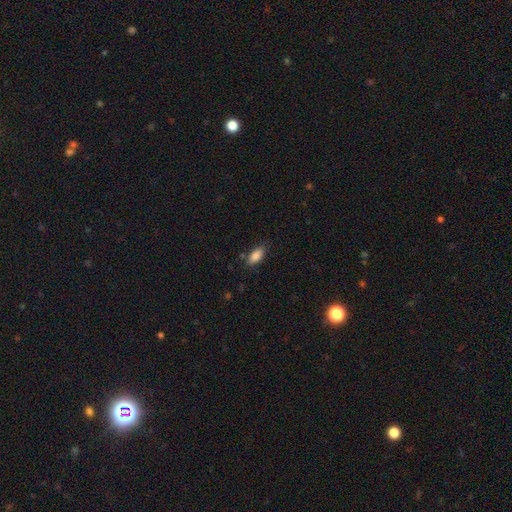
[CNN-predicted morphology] This appears to be a smooth galaxy with no disk features (87%) that is in between round and cigar-shaped (86%). Merging: none (79%).